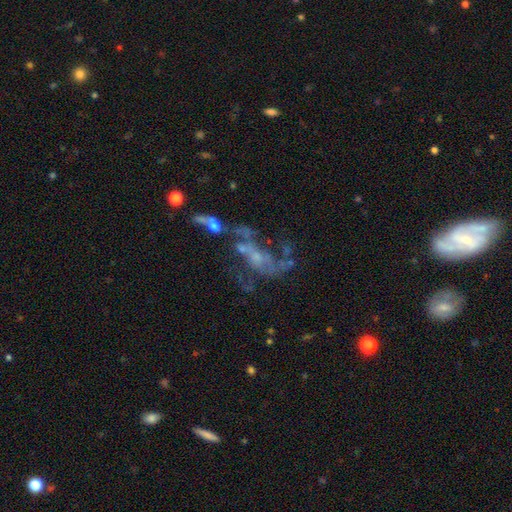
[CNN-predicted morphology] smooth_or_featured: featured or disk (p=0.67) [alt: star or artifact p=0.19]
disk_edge_on: no (p=0.95) [alt: yes p=0.05]
bar: no (p=0.69) [alt: weak p=0.23]
has_spiral_arms: yes (p=0.50) [tied with: no p=0.50]
bulge_size: small (p=0.45) [alt: none p=0.32]
merging: major disturbance (p=0.34) [alt: merger p=0.28]